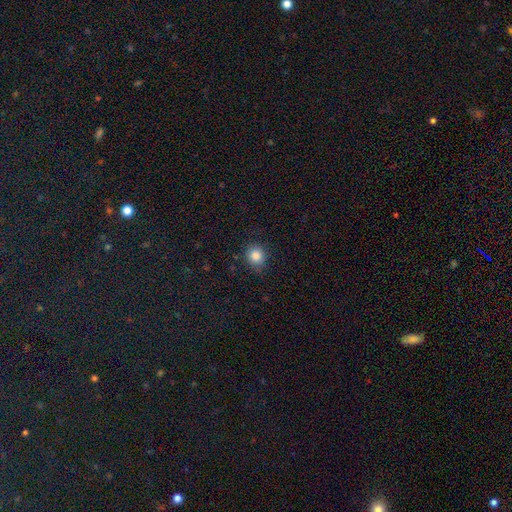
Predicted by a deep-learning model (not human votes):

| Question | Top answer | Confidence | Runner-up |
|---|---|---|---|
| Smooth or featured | smooth | 85% | star or artifact (10%) |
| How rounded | round | 86% | in between (13%) |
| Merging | none | 83% | minor disturbance (13%) |